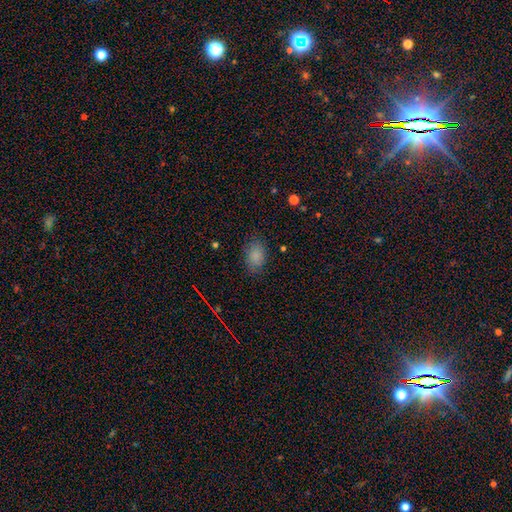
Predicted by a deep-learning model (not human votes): A smooth galaxy with no disk features (83%) that is in between round and cigar-shaped (84%). Merging: none (80%).